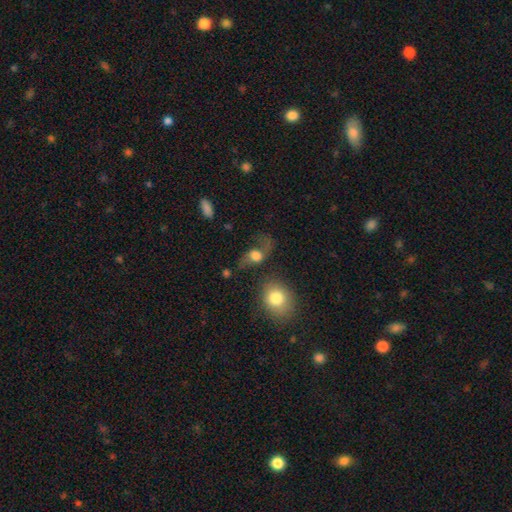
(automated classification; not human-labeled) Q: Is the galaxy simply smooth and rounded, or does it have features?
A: smooth — 47%.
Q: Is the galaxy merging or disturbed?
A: none — 46%.